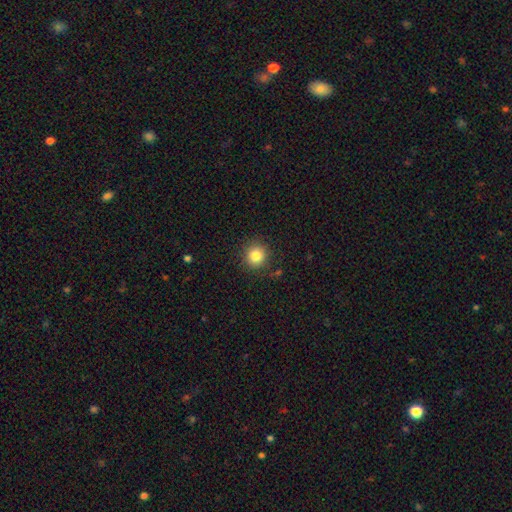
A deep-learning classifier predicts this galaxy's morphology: smooth_or_featured: smooth (p=0.83) [alt: star or artifact p=0.11]
how_rounded: round (p=0.92) [alt: in between p=0.07]
merging: none (p=0.89) [alt: minor disturbance p=0.07]